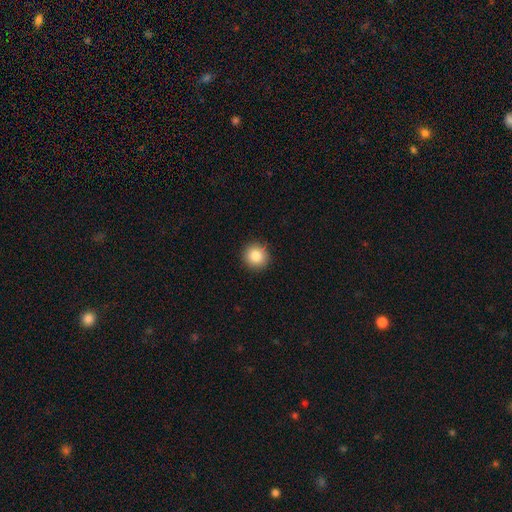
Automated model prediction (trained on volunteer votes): Morphology: type=smooth (85%); roundness=round (93%); merging=none (92%).